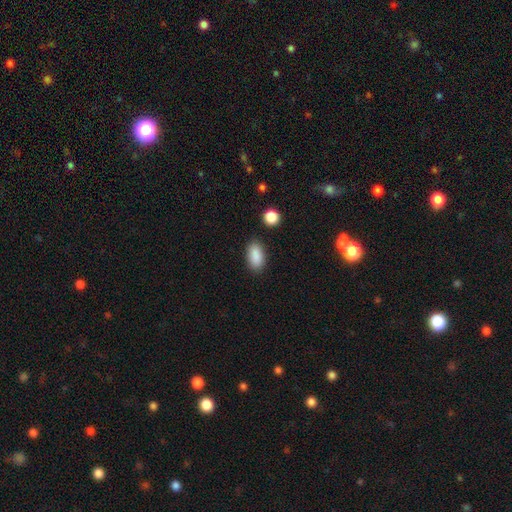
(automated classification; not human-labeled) smooth-or-featured: smooth: 89% | star or artifact: 7% | featured or disk: 4%
  how-rounded: in between: 92% | cigar-shaped: 4% | round: 4%
  merging: none: 86% | minor disturbance: 9% | major disturbance: 2% | merger: 2%